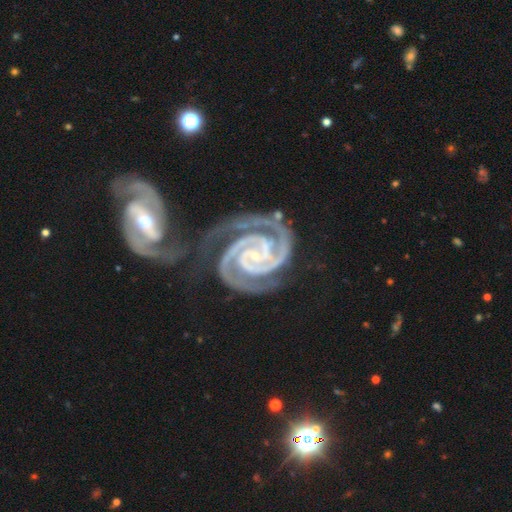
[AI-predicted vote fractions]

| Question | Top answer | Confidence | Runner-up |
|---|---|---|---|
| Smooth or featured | featured or disk | 95% | star or artifact (3%) |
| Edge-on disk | no | 98% | yes (2%) |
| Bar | no | 38% | strong (32%) |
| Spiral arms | yes | 99% | no (1%) |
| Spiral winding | tight | 79% | medium (18%) |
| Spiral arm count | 2 | 88% | 3 (6%) |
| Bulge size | small | 83% | moderate (11%) |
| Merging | none | 41% | merger (35%) |